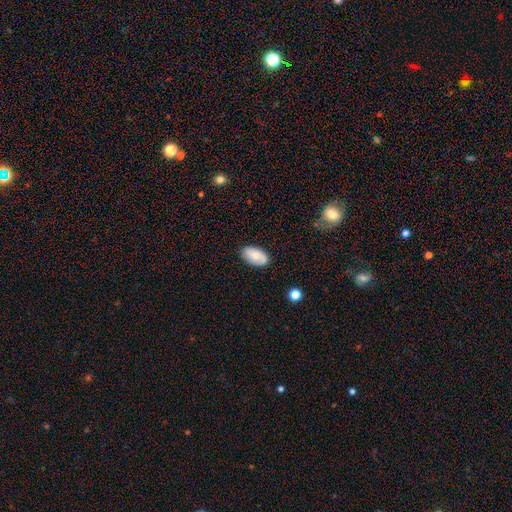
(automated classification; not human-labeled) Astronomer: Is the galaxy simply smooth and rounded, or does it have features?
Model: smooth — 73%.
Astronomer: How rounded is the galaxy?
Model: in between — 94%.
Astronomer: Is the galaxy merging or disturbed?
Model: none — 80%.